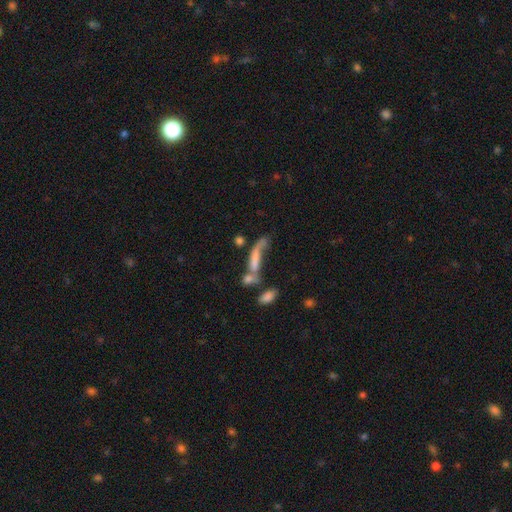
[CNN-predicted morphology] Smooth or featured: smooth — 47% (featured or disk — 39%)
Merging: merger — 36% (none — 26%)